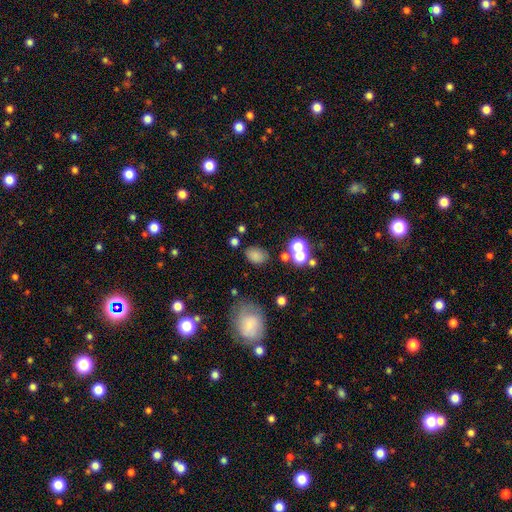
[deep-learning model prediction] This appears to be a smooth galaxy with no disk features (77%) that is in between round and cigar-shaped (76%). Merging: none (70%).